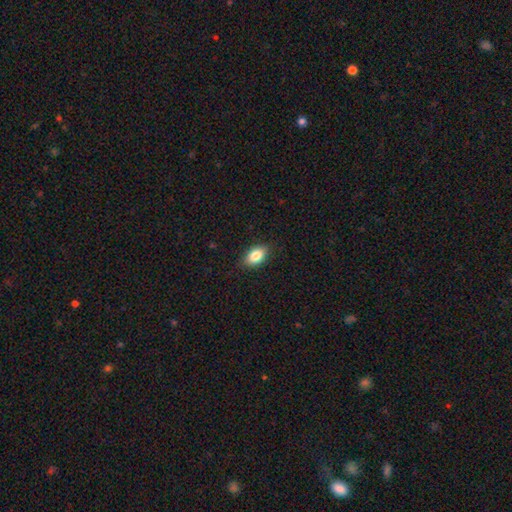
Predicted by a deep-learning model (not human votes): Smooth or featured? smooth (84%)
How rounded? in between (90%)
Merging? none (86%)